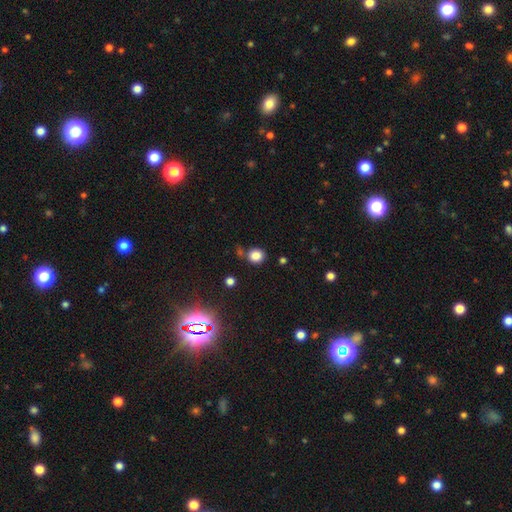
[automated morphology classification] Smooth or featured? Predicted: smooth (p=0.82). How rounded? Predicted: round (p=0.82). Merging? Predicted: none (p=0.75).